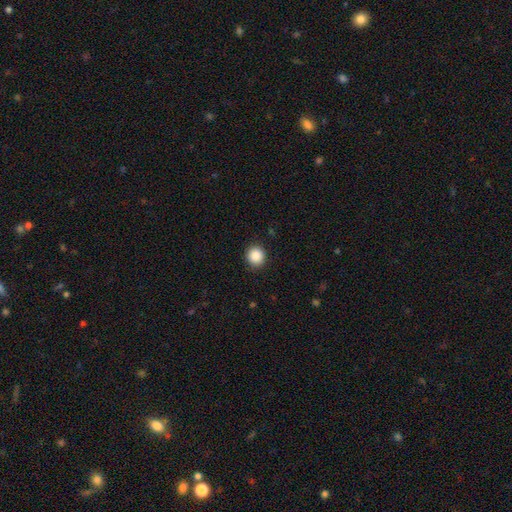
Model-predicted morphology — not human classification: Smooth or featured?
  - smooth: 88% *
  - star or artifact: 9%
  - featured or disk: 3%
How rounded?
  - round: 92% *
  - in between: 7%
  - cigar-shaped: 1%
Merging?
  - none: 91% *
  - minor disturbance: 6%
  - major disturbance: 2%
  - merger: 1%